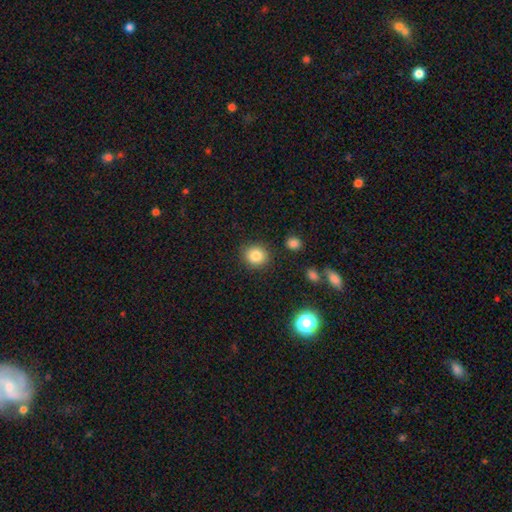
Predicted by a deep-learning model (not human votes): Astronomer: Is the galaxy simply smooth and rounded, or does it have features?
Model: smooth — 84%.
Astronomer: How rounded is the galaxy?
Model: round — 83%.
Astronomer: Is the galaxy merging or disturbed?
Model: none — 87%.